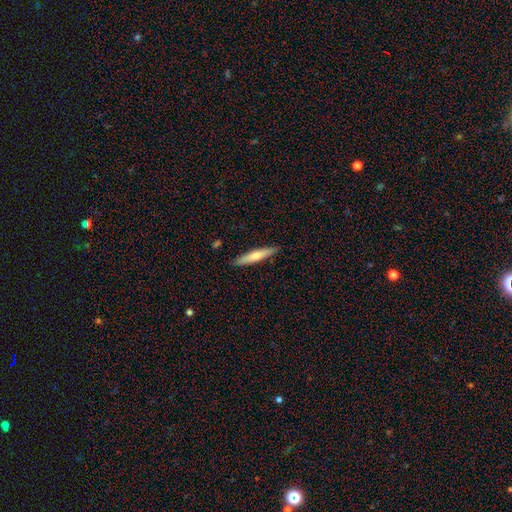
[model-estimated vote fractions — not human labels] smooth-or-featured: smooth: 61% | featured or disk: 33% | star or artifact: 5%
  how-rounded: cigar-shaped: 91% | in between: 8% | round: 1%
  merging: none: 90% | minor disturbance: 7% | major disturbance: 1% | merger: 1%